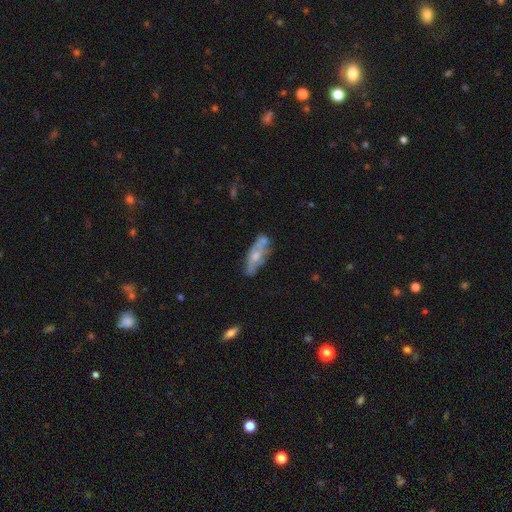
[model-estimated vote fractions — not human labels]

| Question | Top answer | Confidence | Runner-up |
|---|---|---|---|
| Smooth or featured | featured or disk | 50% | smooth (43%) |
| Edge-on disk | no | 56% | yes (44%) |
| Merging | none | 54% | minor disturbance (26%) |